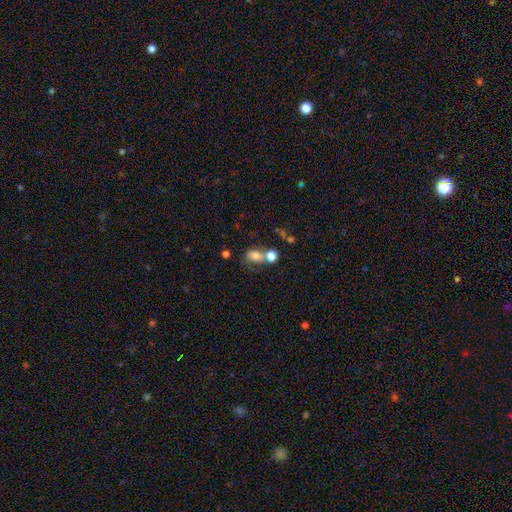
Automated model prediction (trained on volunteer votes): Smooth or featured? Predicted: smooth (p=0.65). How rounded? Predicted: in between (p=0.63). Merging? Predicted: none (p=0.37).